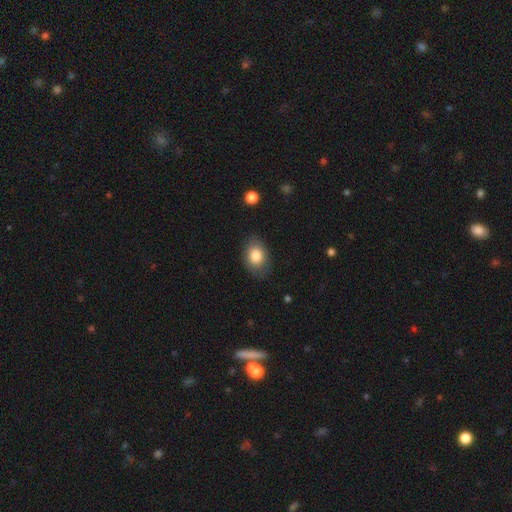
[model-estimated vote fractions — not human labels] Smooth or featured: smooth — 82% (featured or disk — 10%)
How rounded: in between — 77% (round — 22%)
Merging: none — 77% (minor disturbance — 17%)